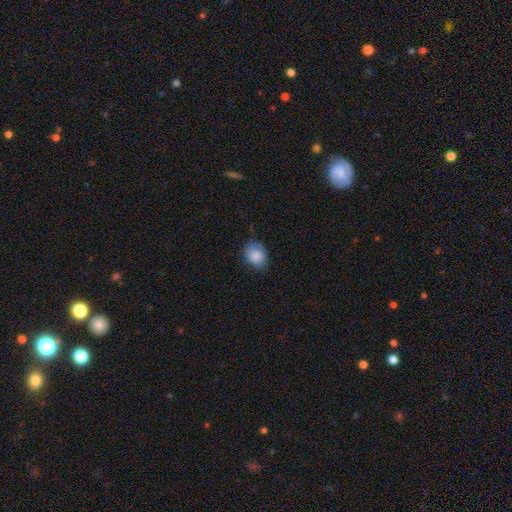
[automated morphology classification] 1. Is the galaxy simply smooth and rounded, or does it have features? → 83% smooth, 9% featured or disk, 8% star or artifact.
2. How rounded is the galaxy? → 53% in between, 47% round, 1% cigar-shaped.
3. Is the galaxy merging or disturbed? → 69% none, 24% minor disturbance, 6% major disturbance, 1% merger.